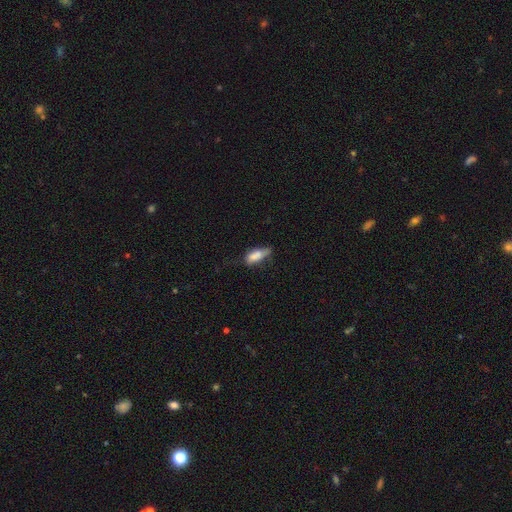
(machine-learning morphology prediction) Smooth or featured? smooth (77%)
How rounded? in between (71%)
Merging? none (42%)